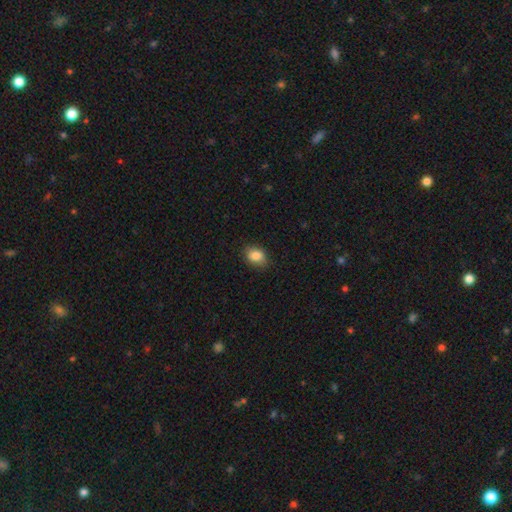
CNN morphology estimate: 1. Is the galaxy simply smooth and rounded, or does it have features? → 86% smooth, 9% star or artifact, 5% featured or disk.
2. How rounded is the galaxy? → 63% in between, 36% round, 1% cigar-shaped.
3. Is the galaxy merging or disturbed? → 81% none, 15% minor disturbance, 3% major disturbance, 1% merger.